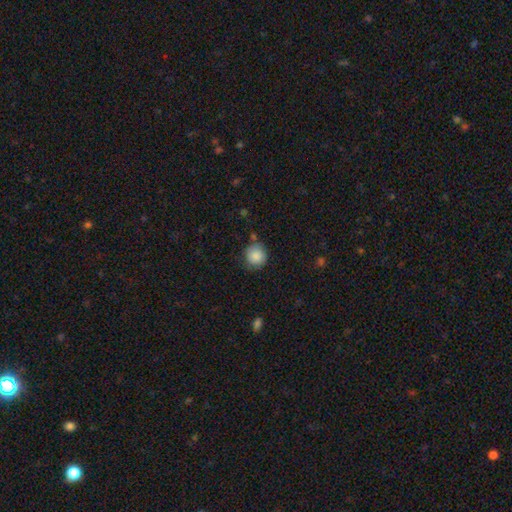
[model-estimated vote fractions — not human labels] A smooth galaxy with no disk features (86%) that is round (91%). Merging: none (76%).